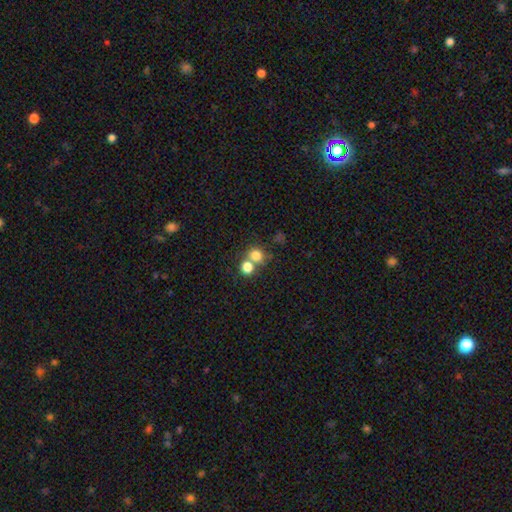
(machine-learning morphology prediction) The model was most divided on "merging": none: 47%, merger: 43%, minor disturbance: 7%, major disturbance: 3%. More confident: how rounded — round (82%); smooth or featured — smooth (77%).